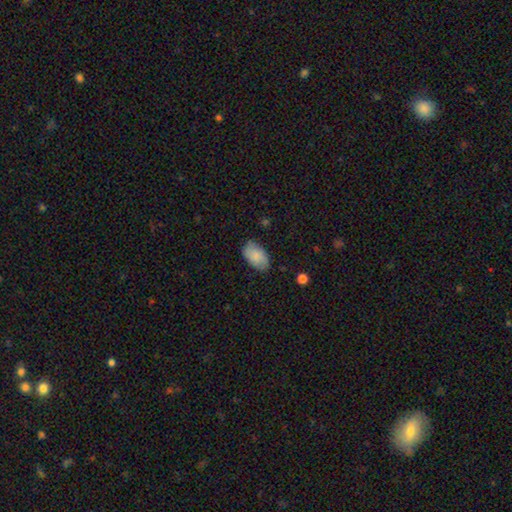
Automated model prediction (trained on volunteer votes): Smooth or featured? smooth (79%)
How rounded? in between (94%)
Merging? none (78%)